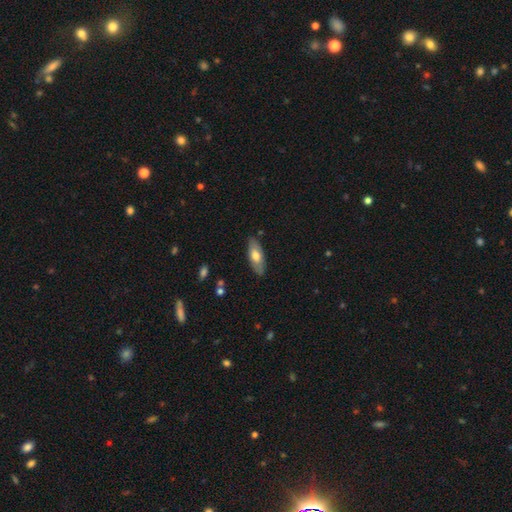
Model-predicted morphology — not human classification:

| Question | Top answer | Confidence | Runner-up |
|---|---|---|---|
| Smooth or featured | smooth | 64% | featured or disk (30%) |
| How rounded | in between | 73% | cigar-shaped (25%) |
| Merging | none | 84% | minor disturbance (12%) |